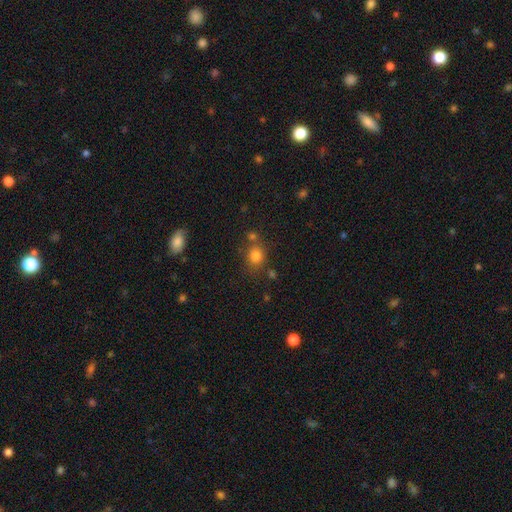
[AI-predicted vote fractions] A smooth galaxy with no disk features (80%) that is round (73%).

Vote fractions:
- Smooth or featured? smooth: 80% / star or artifact: 13% / featured or disk: 7%
- How rounded? round: 73% / in between: 26% / cigar-shaped: 1%
- Merging? none: 68% / merger: 15% / minor disturbance: 13% / major disturbance: 5%